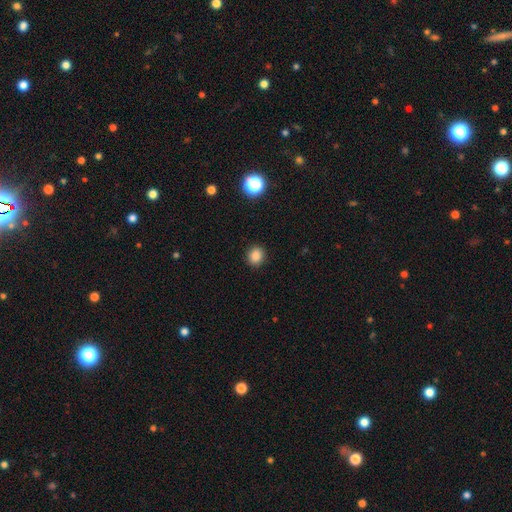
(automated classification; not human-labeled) A smooth galaxy with no disk features (85%) that is round (76%).

Vote fractions:
- Smooth or featured? smooth: 85% / star or artifact: 12% / featured or disk: 3%
- How rounded? round: 76% / in between: 23% / cigar-shaped: 1%
- Merging? none: 90% / minor disturbance: 7% / major disturbance: 2% / merger: 1%